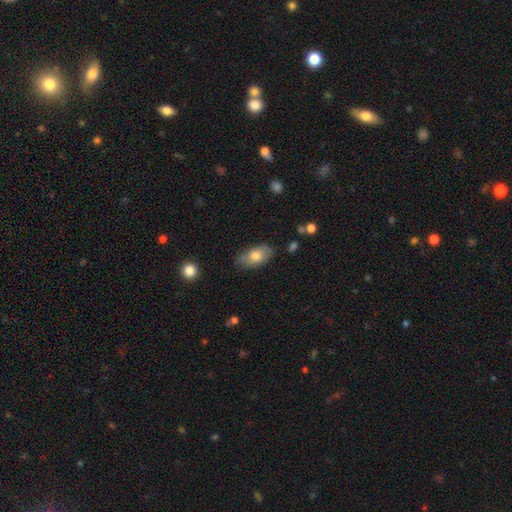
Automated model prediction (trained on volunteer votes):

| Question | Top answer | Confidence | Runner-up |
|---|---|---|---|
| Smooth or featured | smooth | 73% | featured or disk (21%) |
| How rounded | in between | 93% | round (4%) |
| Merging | none | 76% | minor disturbance (19%) |